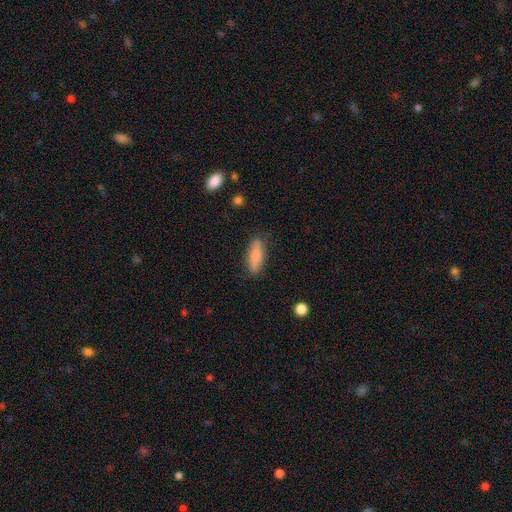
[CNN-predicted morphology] A smooth galaxy with no disk features (79%) that is in between round and cigar-shaped (52%). Merging: none (84%).